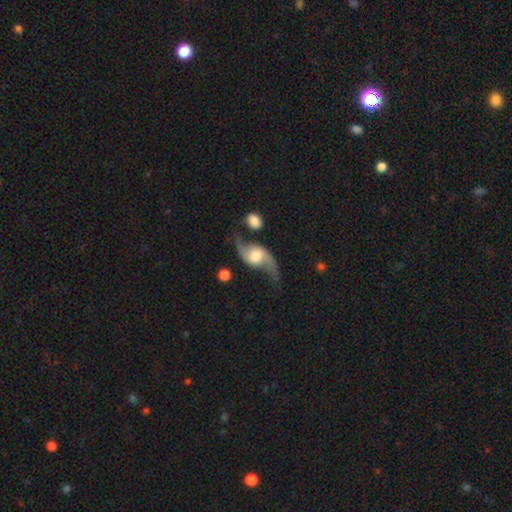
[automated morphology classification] Smooth or featured?
  - featured or disk: 87% *
  - smooth: 8%
  - star or artifact: 5%
Edge-on disk?
  - no: 95% *
  - yes: 5%
Bar?
  - no: 52% *
  - weak: 36%
  - strong: 12%
Spiral arms?
  - yes: 96% *
  - no: 4%
Spiral winding?
  - loose: 87% *
  - medium: 10%
  - tight: 3%
Spiral arm count?
  - 2: 94% *
  - 1: 2%
  - can't tell: 1%
  - 3: 1%
  - 4: 1%
  - more than 4: 1%
Bulge size?
  - moderate: 44% *
  - large: 33%
  - small: 13%
  - dominant: 5%
  - none: 5%
Merging?
  - none: 66% *
  - minor disturbance: 17%
  - major disturbance: 10%
  - merger: 7%